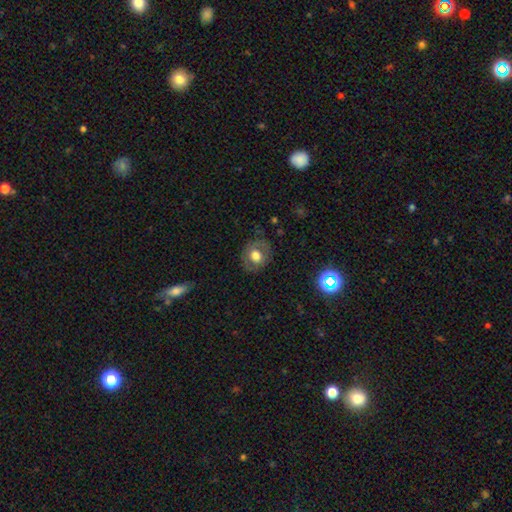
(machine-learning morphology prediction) A smooth galaxy with no disk features (61%) that is round (71%).

Vote fractions:
- Smooth or featured? smooth: 61% / featured or disk: 29% / star or artifact: 10%
- How rounded? round: 71% / in between: 28% / cigar-shaped: 1%
- Merging? none: 79% / minor disturbance: 15% / major disturbance: 6% / merger: 1%